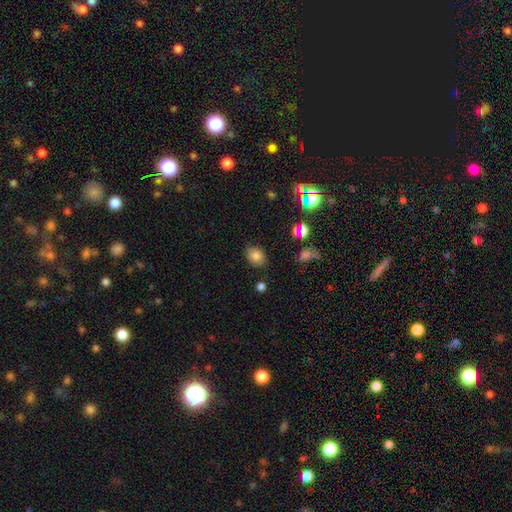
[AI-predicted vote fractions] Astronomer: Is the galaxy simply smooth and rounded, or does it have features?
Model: smooth — 80%.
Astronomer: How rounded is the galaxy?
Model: in between — 59% (runner-up: round, 40%).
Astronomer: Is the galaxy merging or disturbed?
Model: none — 83%.